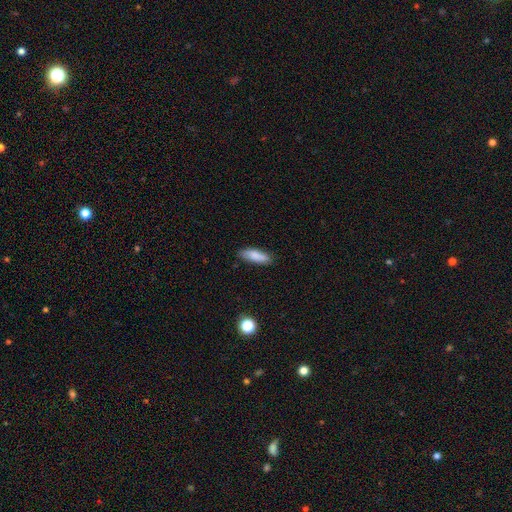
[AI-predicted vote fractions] This is clearly a smooth galaxy (84%). How rounded: possibly in between (49%, tied with cigar-shaped). Merging: clearly none (84%).